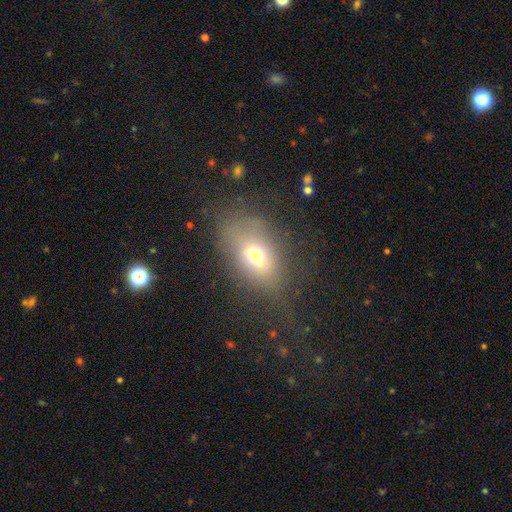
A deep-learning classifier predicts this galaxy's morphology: Q: Smooth or featured?
A: smooth (64%); runner-up: featured or disk (22%)
Q: How rounded?
A: in between (79%); runner-up: round (18%)
Q: Merging?
A: none (50%); runner-up: minor disturbance (24%)